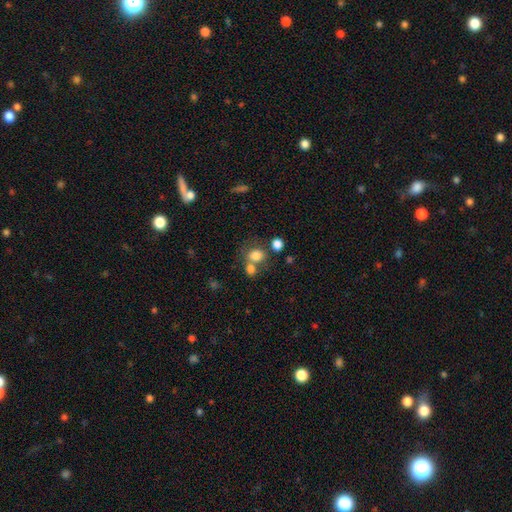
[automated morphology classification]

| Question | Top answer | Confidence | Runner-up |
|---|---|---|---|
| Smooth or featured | smooth | 78% | star or artifact (12%) |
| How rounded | round | 60% | in between (39%) |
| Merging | none | 44% | merger (39%) |